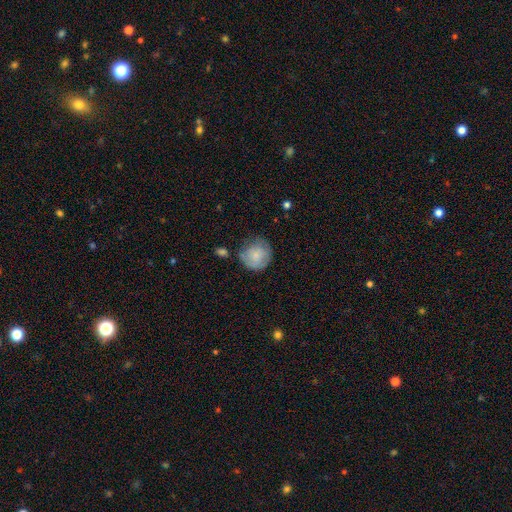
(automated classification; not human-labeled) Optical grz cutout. It shows a smooth galaxy with no disk features (73%) that is round (88%). Merging: none (54%).